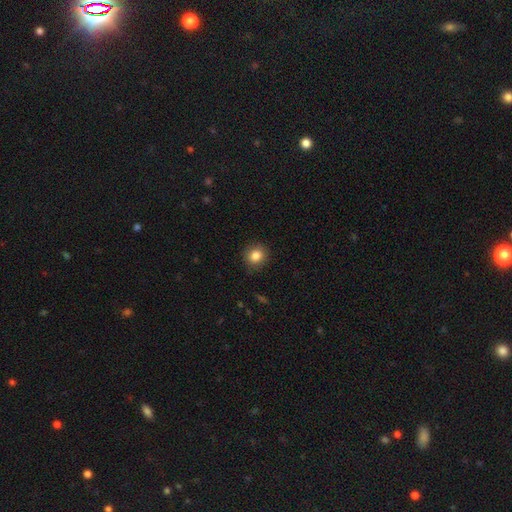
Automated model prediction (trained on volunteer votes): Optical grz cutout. It shows a smooth galaxy with no disk features (85%) that is round (82%). Merging: none (88%).